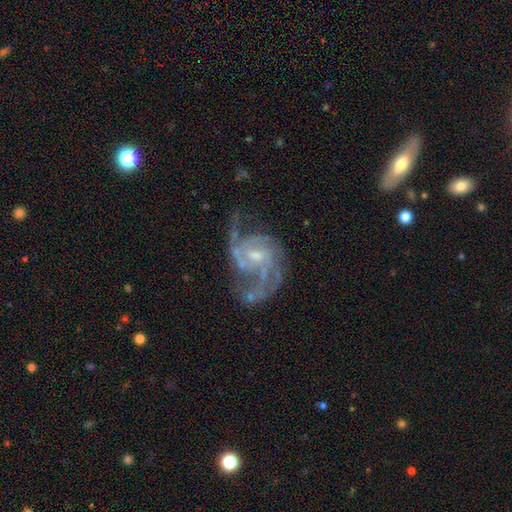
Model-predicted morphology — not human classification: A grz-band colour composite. It shows a featured or disk galaxy (88%) with a weak bar (47%), 2 (45%) medium (50%) spiral arms (95%) and a small central bulge (55%). Merging: none (50%).